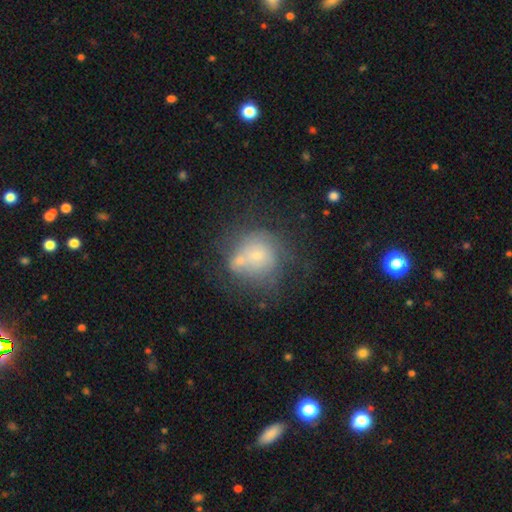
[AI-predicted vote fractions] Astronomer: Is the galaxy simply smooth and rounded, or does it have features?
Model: smooth — 49% (runner-up: featured or disk, 40%).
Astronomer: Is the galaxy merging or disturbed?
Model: none — 39% (runner-up: merger, 30%).